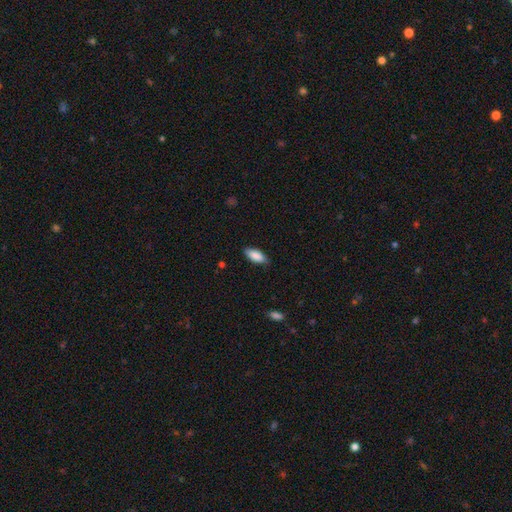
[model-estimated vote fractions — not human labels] Q: Smooth or featured?
A: smooth (88%); runner-up: featured or disk (6%)
Q: How rounded?
A: in between (85%); runner-up: cigar-shaped (13%)
Q: Merging?
A: none (83%); runner-up: minor disturbance (13%)